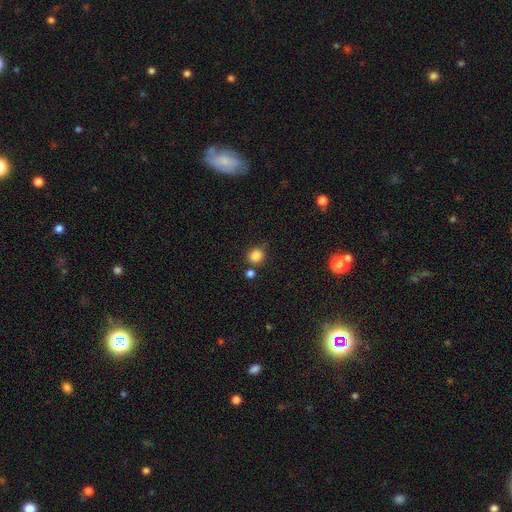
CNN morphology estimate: type=smooth (83%); roundness=round (87%); merging=none (72%).